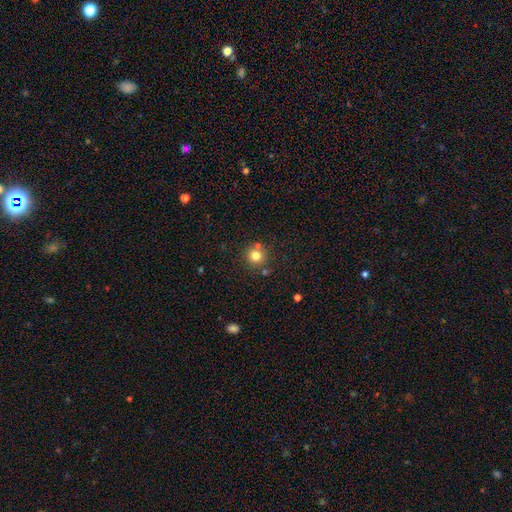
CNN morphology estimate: This appears to be a smooth galaxy with no disk features (78%) that is round (93%). Merging: none (77%).